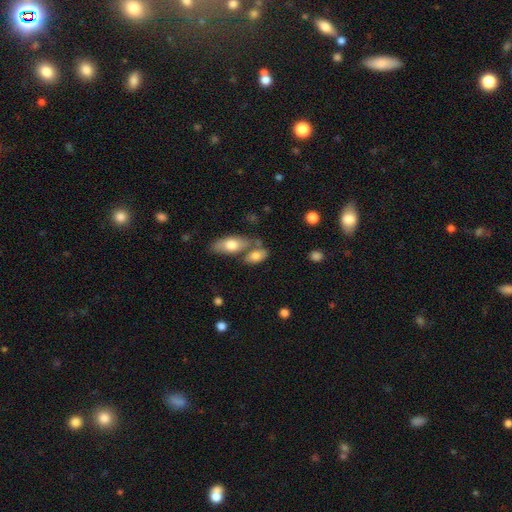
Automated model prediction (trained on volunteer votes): Smooth or featured: smooth — 78% (featured or disk — 15%)
How rounded: in between — 87% (round — 7%)
Merging: none — 49% (merger — 32%)